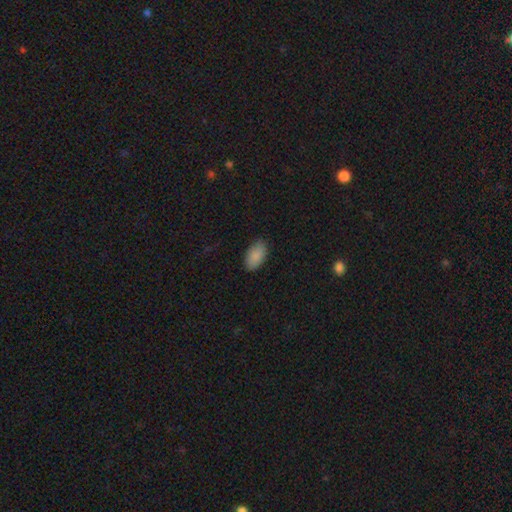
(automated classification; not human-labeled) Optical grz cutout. It shows a smooth galaxy with no disk features (89%) that is in between round and cigar-shaped (94%). Merging: none (86%).